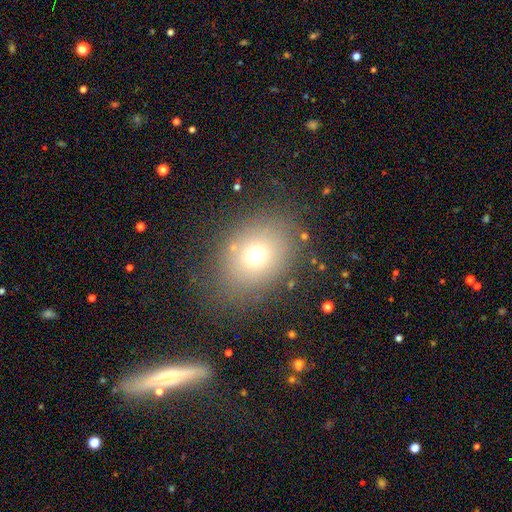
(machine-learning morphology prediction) The model was most divided on "how rounded": in between: 55%, round: 44%, cigar-shaped: 1%. More confident: merging — none (79%); smooth or featured — smooth (69%).